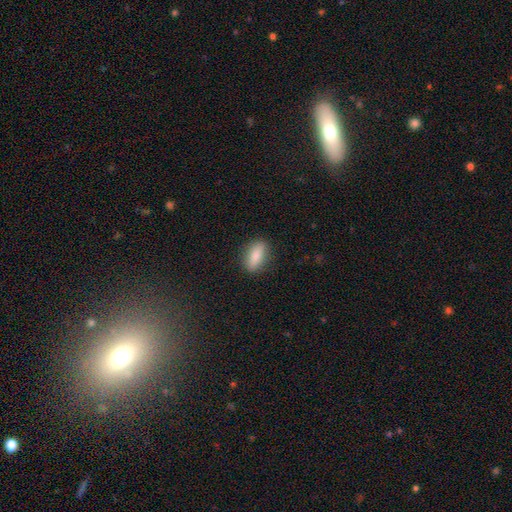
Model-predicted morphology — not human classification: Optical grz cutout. It shows a smooth galaxy with no disk features (80%) that is in between round and cigar-shaped (71%). Merging: none (87%).